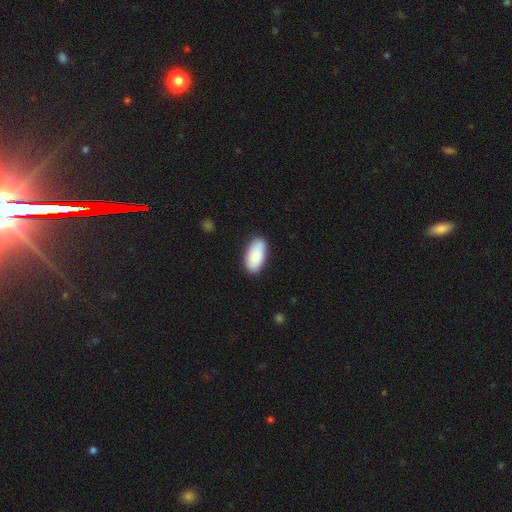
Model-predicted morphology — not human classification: smooth-or-featured: smooth: 88% | star or artifact: 6% | featured or disk: 6%
  how-rounded: in between: 93% | cigar-shaped: 4% | round: 2%
  merging: none: 84% | minor disturbance: 13% | major disturbance: 2% | merger: 1%